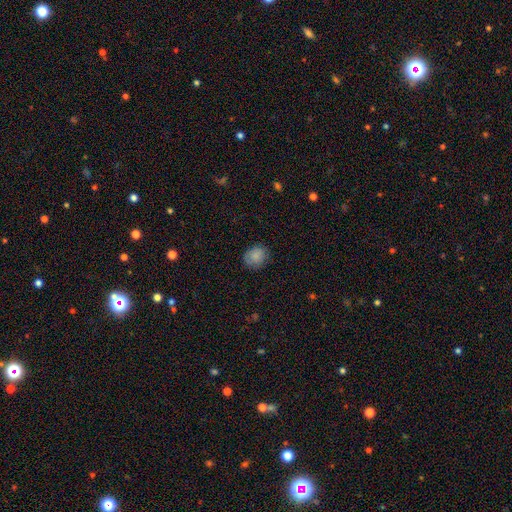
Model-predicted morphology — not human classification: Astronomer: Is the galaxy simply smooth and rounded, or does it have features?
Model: smooth — 85%.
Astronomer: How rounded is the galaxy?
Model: round — 65%.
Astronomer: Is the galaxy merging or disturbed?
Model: none — 81%.